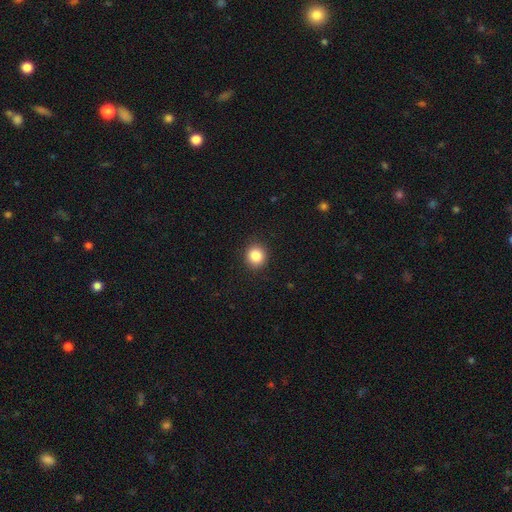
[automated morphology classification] This appears to be a smooth galaxy with no disk features (85%) that is round (87%). Merging: none (91%).